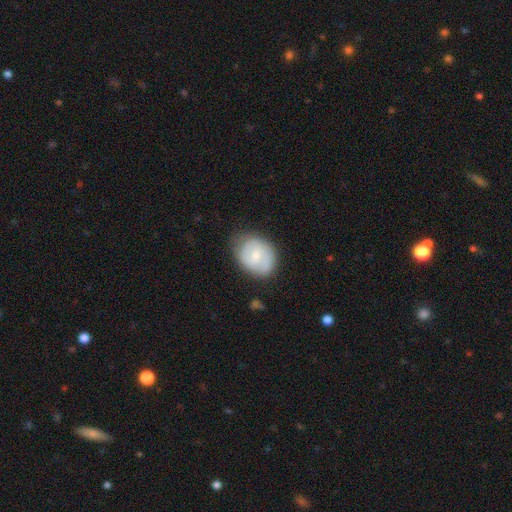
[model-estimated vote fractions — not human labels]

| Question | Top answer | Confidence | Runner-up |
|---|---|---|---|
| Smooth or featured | featured or disk | 58% | smooth (36%) |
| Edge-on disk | no | 97% | yes (3%) |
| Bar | no | 47% | weak (46%) |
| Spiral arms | yes | 82% | no (18%) |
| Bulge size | small | 57% | moderate (38%) |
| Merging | none | 70% | minor disturbance (22%) |